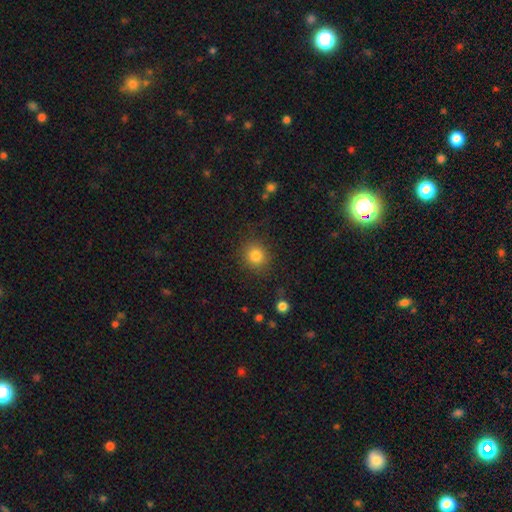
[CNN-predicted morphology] Smooth or featured? smooth (83%)
How rounded? round (88%)
Merging? none (86%)